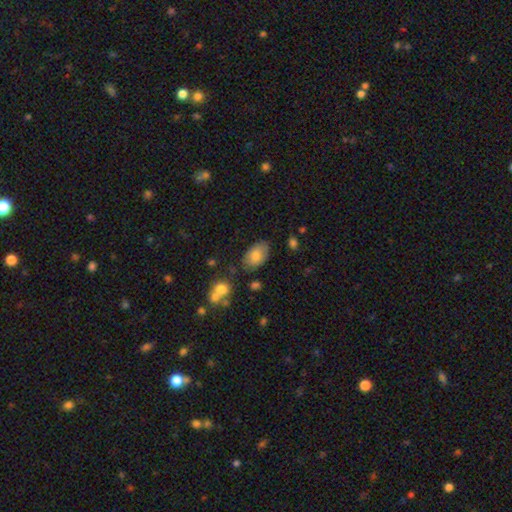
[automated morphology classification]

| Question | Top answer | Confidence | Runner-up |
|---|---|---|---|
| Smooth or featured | smooth | 76% | featured or disk (17%) |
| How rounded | in between | 91% | round (7%) |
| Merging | none | 73% | minor disturbance (20%) |